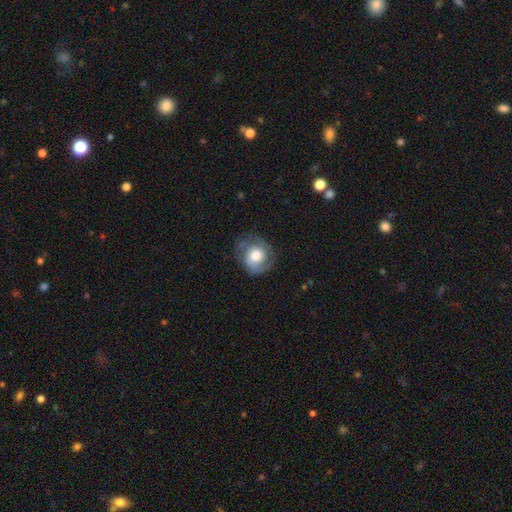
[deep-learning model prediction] Smooth or featured?
  - featured or disk: 57% *
  - smooth: 36%
  - star or artifact: 7%
Edge-on disk?
  - no: 97% *
  - yes: 3%
Bar?
  - no: 78% *
  - weak: 18%
  - strong: 4%
Spiral arms?
  - yes: 82% *
  - no: 18%
Bulge size?
  - moderate: 61% *
  - large: 29%
  - small: 7%
  - dominant: 2%
  - none: 1%
Merging?
  - none: 68% *
  - minor disturbance: 20%
  - major disturbance: 11%
  - merger: 1%